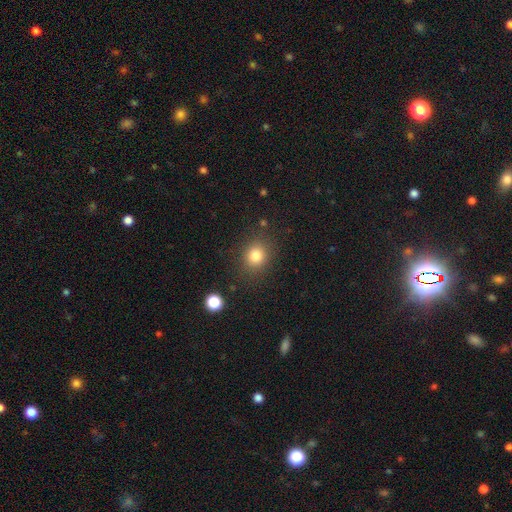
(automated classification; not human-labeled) This is clearly a smooth galaxy (81%). How rounded: likely round (70%). Merging: clearly none (84%).